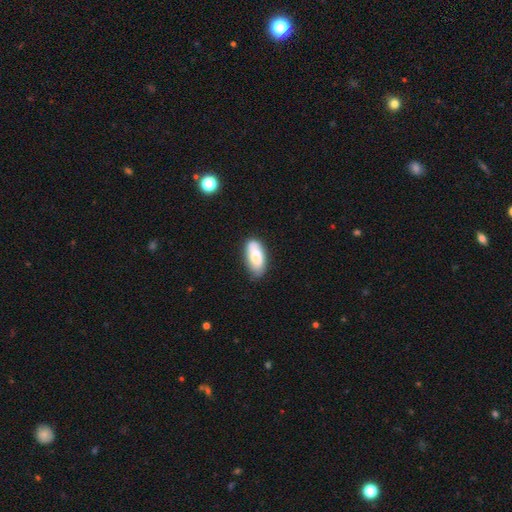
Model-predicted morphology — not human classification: smooth 73%, featured or disk 20%, star or artifact 7%. Down the decision tree: how rounded — in between (88%); merging — none (70%).